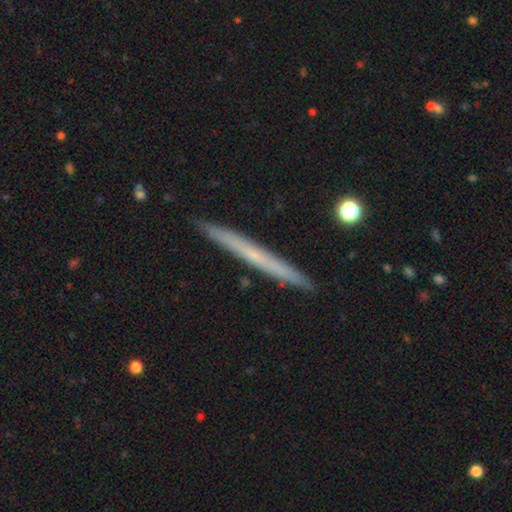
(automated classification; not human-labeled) Q: Smooth or featured?
A: featured or disk (51%); runner-up: smooth (42%)
Q: Edge-on disk?
A: yes (96%); runner-up: no (4%)
Q: Merging?
A: none (92%); runner-up: minor disturbance (6%)